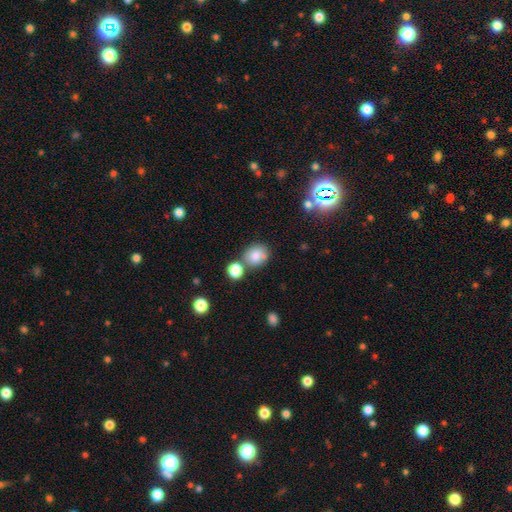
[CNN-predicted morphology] Smooth or featured: smooth — 81% (star or artifact — 10%)
How rounded: round — 68% (in between — 31%)
Merging: none — 64% (merger — 19%)